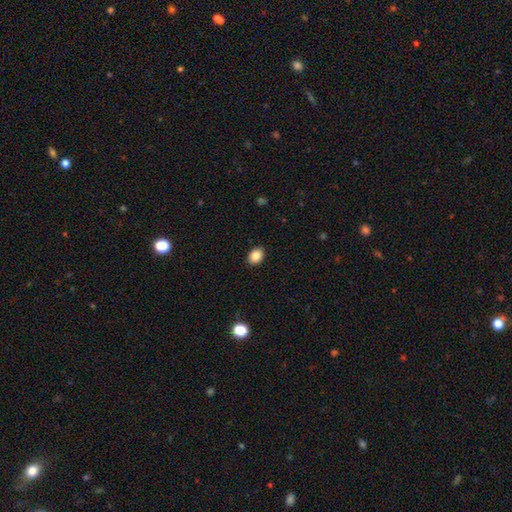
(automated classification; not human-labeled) Q: Smooth or featured?
A: smooth (86%); runner-up: star or artifact (9%)
Q: How rounded?
A: in between (67%); runner-up: round (32%)
Q: Merging?
A: none (90%); runner-up: minor disturbance (7%)